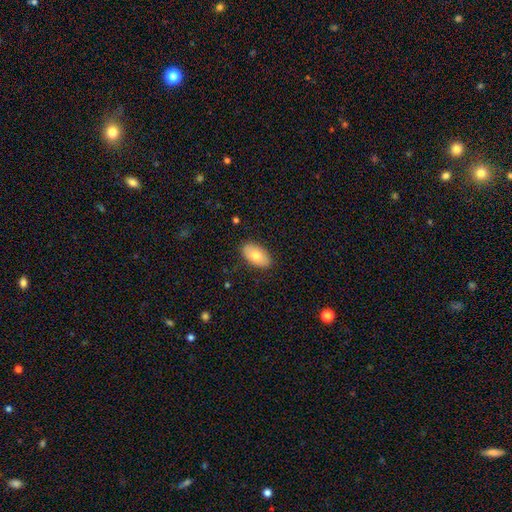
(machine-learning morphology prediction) Smooth or featured? smooth (77%)
How rounded? in between (94%)
Merging? none (86%)